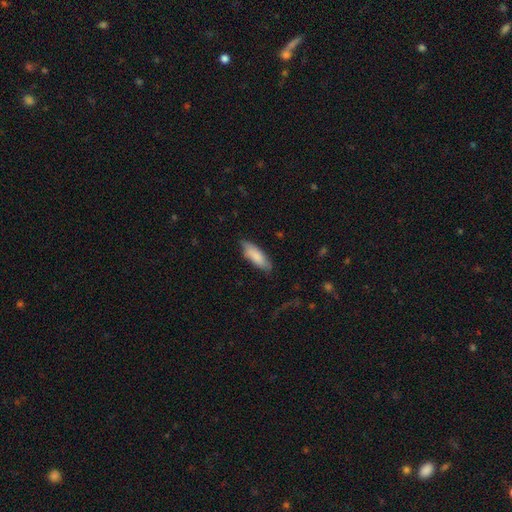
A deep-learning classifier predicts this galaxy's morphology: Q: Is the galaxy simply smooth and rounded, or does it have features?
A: smooth — 83%.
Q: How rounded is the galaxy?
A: in between — 65%.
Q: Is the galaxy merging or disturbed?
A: none — 76%.